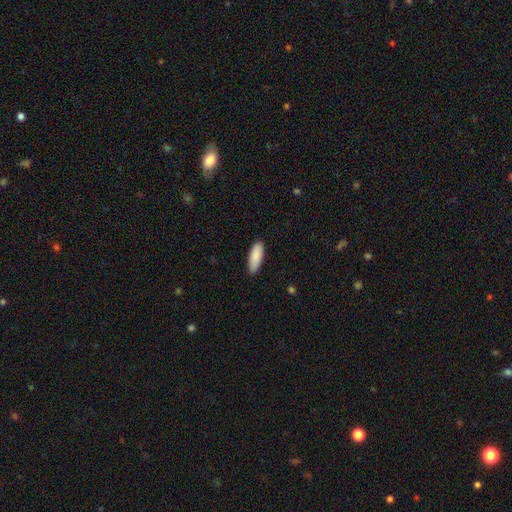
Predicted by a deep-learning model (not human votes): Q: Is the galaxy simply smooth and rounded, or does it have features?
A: smooth — 88%.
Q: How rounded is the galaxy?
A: in between — 68%.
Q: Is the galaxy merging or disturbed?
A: none — 84%.